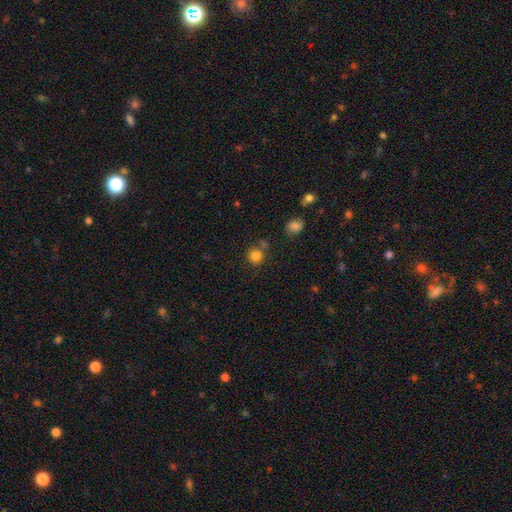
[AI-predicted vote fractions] smooth_or_featured: smooth (p=0.82) [alt: star or artifact p=0.12]
how_rounded: round (p=0.89) [alt: in between p=0.10]
merging: none (p=0.66) [alt: merger p=0.18]